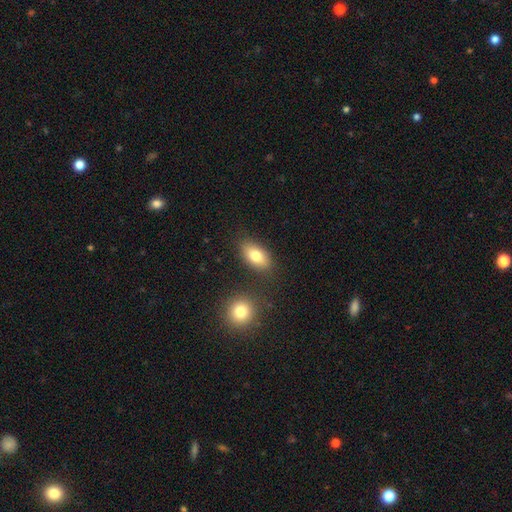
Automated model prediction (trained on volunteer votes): smooth_or_featured: smooth (p=0.79) [alt: featured or disk p=0.13]
how_rounded: in between (p=0.89) [alt: round p=0.07]
merging: none (p=0.79) [alt: minor disturbance p=0.11]